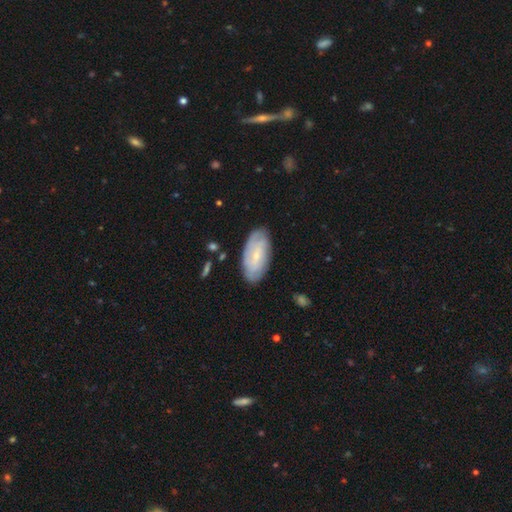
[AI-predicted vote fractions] Smooth or featured?
  - featured or disk: 60% *
  - smooth: 34%
  - star or artifact: 6%
Edge-on disk?
  - no: 92% *
  - yes: 8%
Bar?
  - no: 57% *
  - weak: 34%
  - strong: 9%
Spiral arms?
  - yes: 82% *
  - no: 18%
Bulge size?
  - small: 77% *
  - moderate: 18%
  - none: 3%
  - large: 1%
  - dominant: 1%
Merging?
  - none: 81% *
  - minor disturbance: 14%
  - major disturbance: 3%
  - merger: 1%